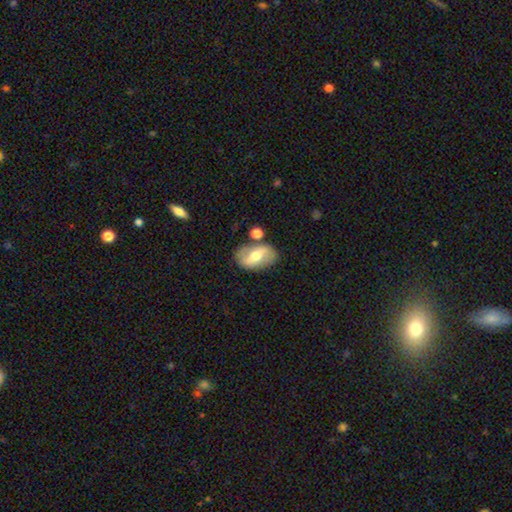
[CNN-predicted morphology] This is possibly a featured or disk galaxy (54%). It is clearly not viewed edge-on (90%). Merging: likely none (72%).